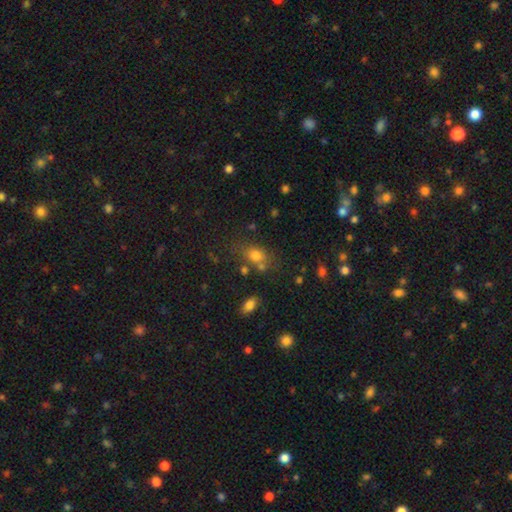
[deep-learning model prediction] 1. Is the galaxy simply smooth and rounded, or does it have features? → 73% smooth, 16% star or artifact, 10% featured or disk.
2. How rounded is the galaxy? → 63% in between, 34% round, 3% cigar-shaped.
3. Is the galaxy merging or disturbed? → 62% none, 16% minor disturbance, 16% merger, 7% major disturbance.